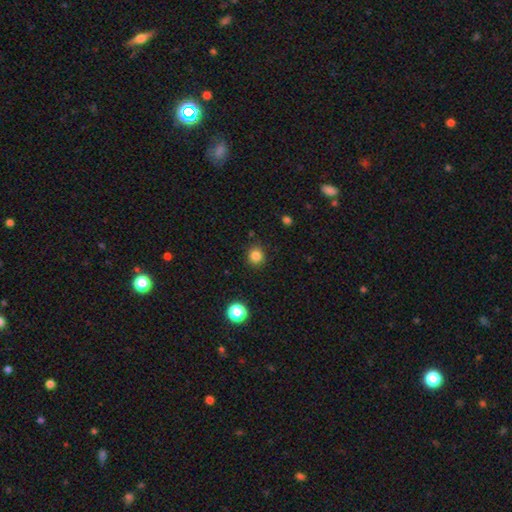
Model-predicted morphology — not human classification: A smooth galaxy with no disk features (83%) that is round (88%).

Vote fractions:
- Smooth or featured? smooth: 83% / star or artifact: 13% / featured or disk: 4%
- How rounded? round: 88% / in between: 11% / cigar-shaped: 1%
- Merging? none: 89% / minor disturbance: 8% / major disturbance: 2% / merger: 2%